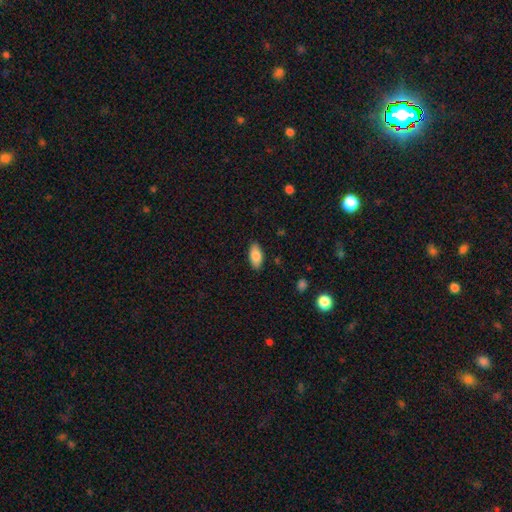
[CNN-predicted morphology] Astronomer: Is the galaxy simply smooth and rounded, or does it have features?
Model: smooth — 86%.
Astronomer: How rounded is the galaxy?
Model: in between — 90%.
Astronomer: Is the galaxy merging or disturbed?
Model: none — 88%.